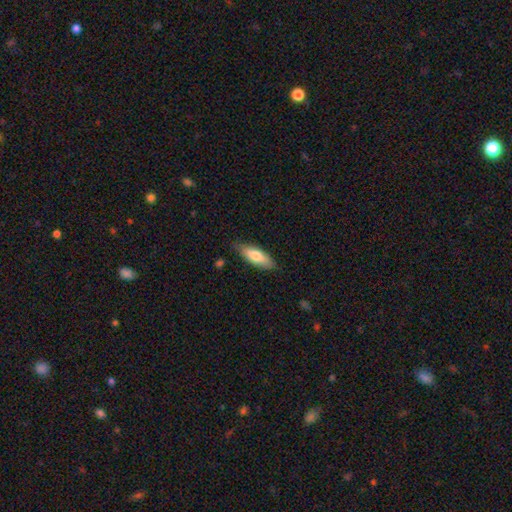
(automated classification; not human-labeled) This appears to be a smooth galaxy with no disk features (72%) that is in between round and cigar-shaped (60%). Merging: none (81%).